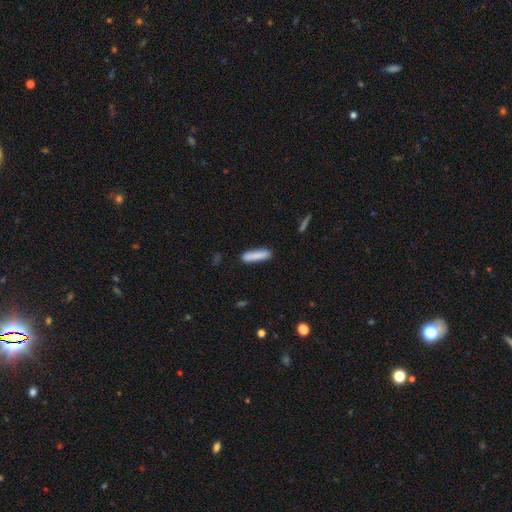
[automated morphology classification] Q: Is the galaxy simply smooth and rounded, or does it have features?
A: smooth — 86%.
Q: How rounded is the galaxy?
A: cigar-shaped — 81%.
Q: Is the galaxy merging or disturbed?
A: none — 86%.